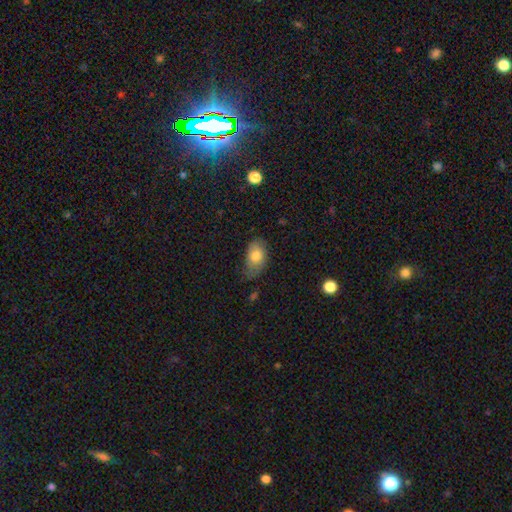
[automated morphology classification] smooth_or_featured: smooth (p=0.78) [alt: featured or disk p=0.15]
how_rounded: in between (p=0.89) [alt: round p=0.09]
merging: none (p=0.55) [alt: minor disturbance p=0.34]